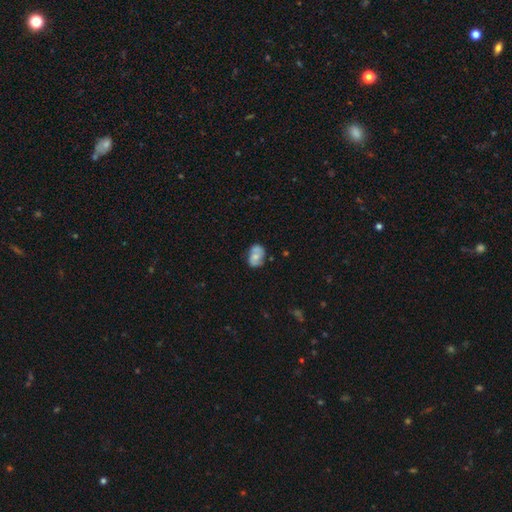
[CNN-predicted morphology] Smooth or featured? featured or disk (46%, tied with smooth)
Merging? none (60%)